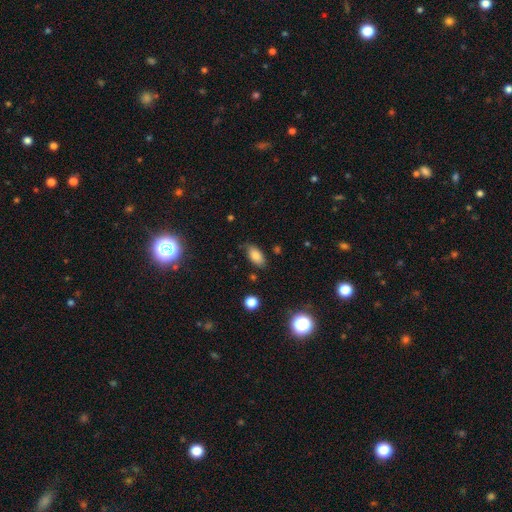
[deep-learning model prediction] Q: Smooth or featured?
A: smooth (83%); runner-up: star or artifact (9%)
Q: How rounded?
A: in between (91%); runner-up: cigar-shaped (5%)
Q: Merging?
A: none (75%); runner-up: minor disturbance (19%)